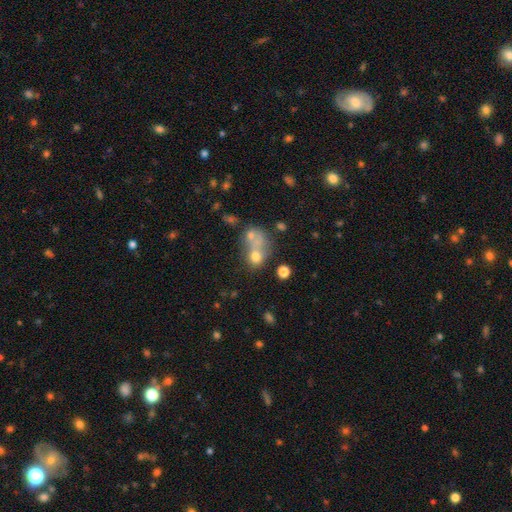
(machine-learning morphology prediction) type=smooth (54%); roundness=round (60%); merging=merger (57%).